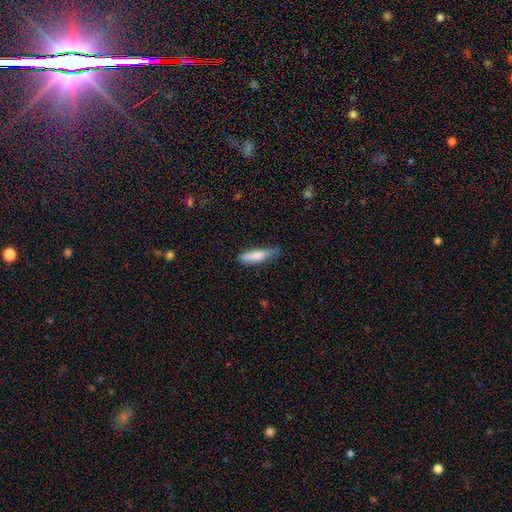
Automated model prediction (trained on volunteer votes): Overall: smooth (81%). How rounded: cigar-shaped (63%; in between 35%). Merging: none (63%; minor disturbance 29%).